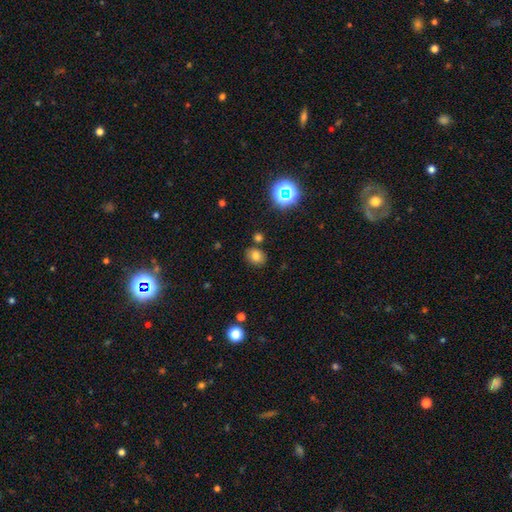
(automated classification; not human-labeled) smooth 75%, star or artifact 16%, featured or disk 8%. Down the decision tree: how rounded — round (52%); merging — none (78%).